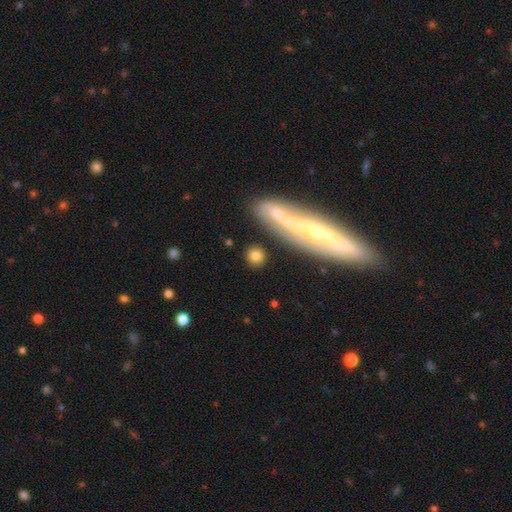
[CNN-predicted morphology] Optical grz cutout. It shows a smooth galaxy with no disk features (78%) that is round (82%). Merging: none (80%).